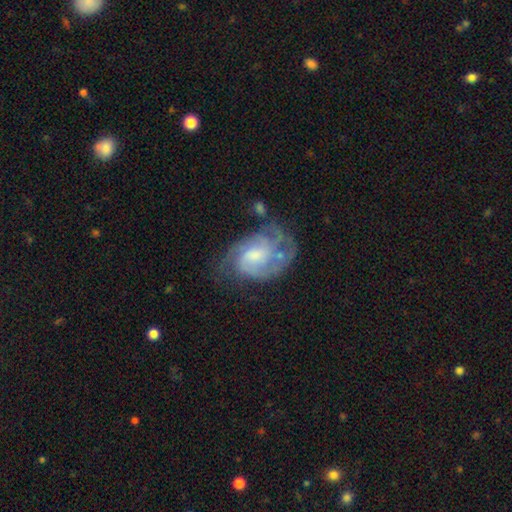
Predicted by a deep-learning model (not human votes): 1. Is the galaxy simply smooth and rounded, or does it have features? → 82% featured or disk, 12% smooth, 6% star or artifact.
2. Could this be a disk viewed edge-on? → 97% no, 3% yes.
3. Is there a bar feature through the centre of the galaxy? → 48% no, 44% weak, 7% strong.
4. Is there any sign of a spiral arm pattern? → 94% yes, 6% no.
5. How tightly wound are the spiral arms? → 50% tight, 40% medium, 10% loose.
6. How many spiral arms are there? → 31% 2, 26% can't tell, 26% 3, 7% 4, 6% 1, 4% more than 4.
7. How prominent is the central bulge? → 42% moderate, 32% small, 13% none, 10% large, 1% dominant.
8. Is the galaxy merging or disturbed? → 54% none, 24% minor disturbance, 18% major disturbance, 4% merger.